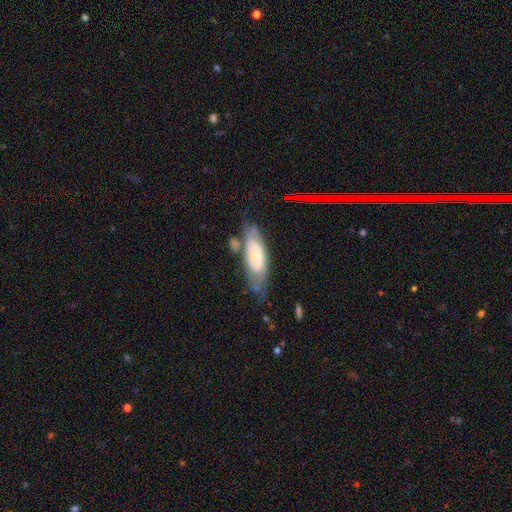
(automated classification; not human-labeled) Overall: featured or disk (52%; smooth 41%). Edge-on disk: no (78%). Merging: none (52%; minor disturbance 26%).